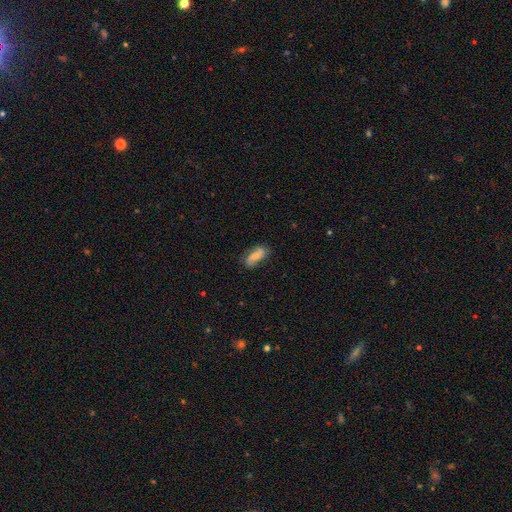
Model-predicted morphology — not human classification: smooth 48%, featured or disk 44%, star or artifact 8%. Down the decision tree: merging — none (68%).